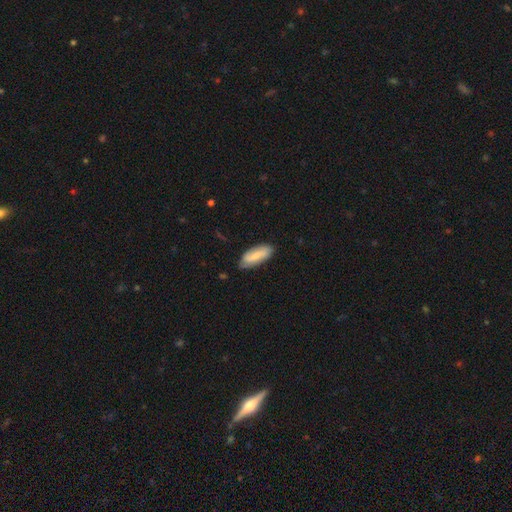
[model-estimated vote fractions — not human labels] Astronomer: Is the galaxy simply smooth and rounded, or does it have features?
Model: smooth — 69%.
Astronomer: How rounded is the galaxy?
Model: in between — 77%.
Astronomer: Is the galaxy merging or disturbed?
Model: none — 76%.